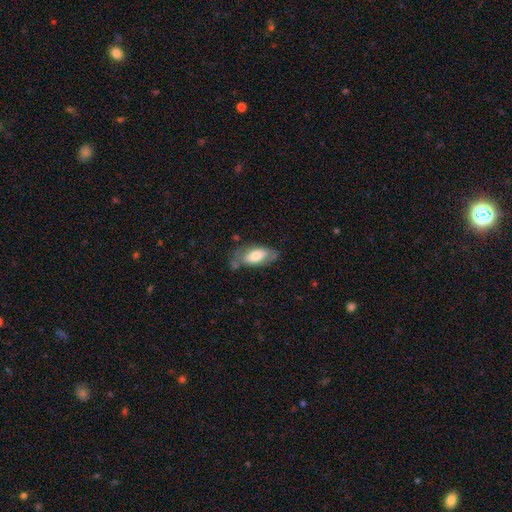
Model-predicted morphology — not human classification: smooth 60%, featured or disk 34%, star or artifact 6%. Down the decision tree: how rounded — in between (86%); merging — none (57%).